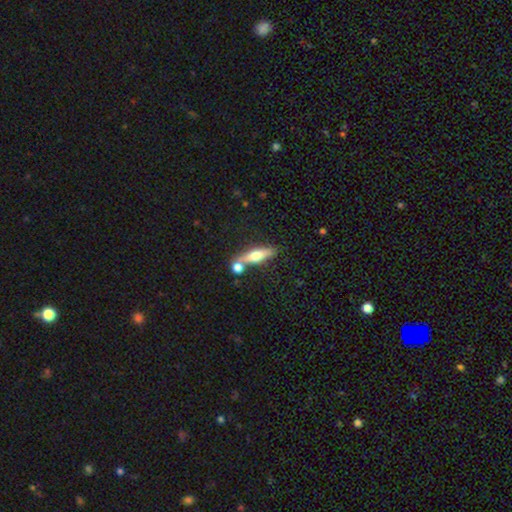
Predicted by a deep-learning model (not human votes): Smooth or featured?
  - smooth: 51% *
  - featured or disk: 42%
  - star or artifact: 7%
How rounded?
  - cigar-shaped: 67% *
  - in between: 29%
  - round: 5%
Merging?
  - none: 59% *
  - merger: 26%
  - minor disturbance: 11%
  - major disturbance: 4%